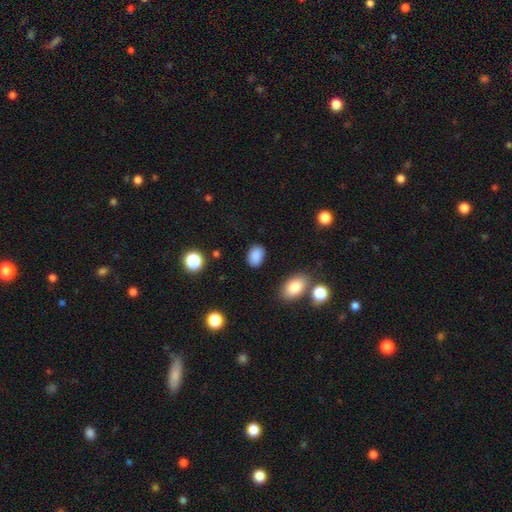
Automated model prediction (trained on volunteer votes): smooth_or_featured: smooth (p=0.87) [alt: star or artifact p=0.09]
how_rounded: in between (p=0.84) [alt: round p=0.15]
merging: none (p=0.85) [alt: minor disturbance p=0.10]